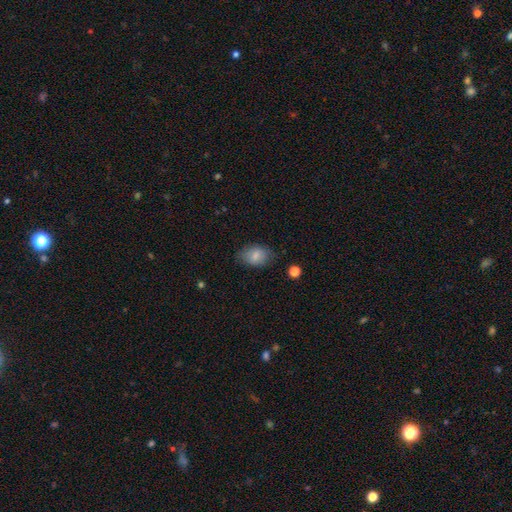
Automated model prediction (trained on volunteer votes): Smooth or featured?
  - smooth: 81% *
  - featured or disk: 11%
  - star or artifact: 8%
How rounded?
  - in between: 83% *
  - round: 16%
  - cigar-shaped: 1%
Merging?
  - none: 76% *
  - minor disturbance: 18%
  - major disturbance: 5%
  - merger: 1%